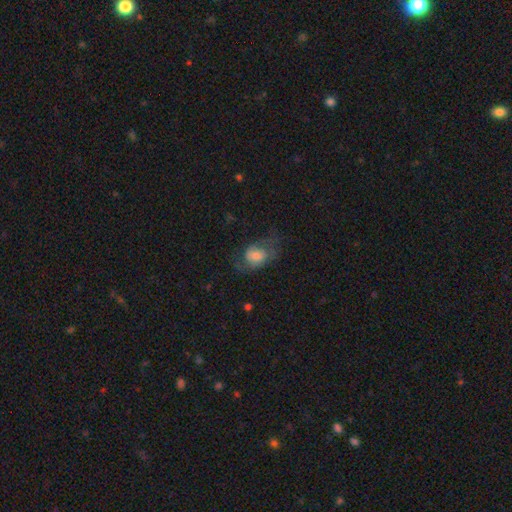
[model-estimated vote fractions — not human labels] Overall: smooth (51%; featured or disk 40%). How rounded: in between (70%). Merging: none (46%; major disturbance 27%).